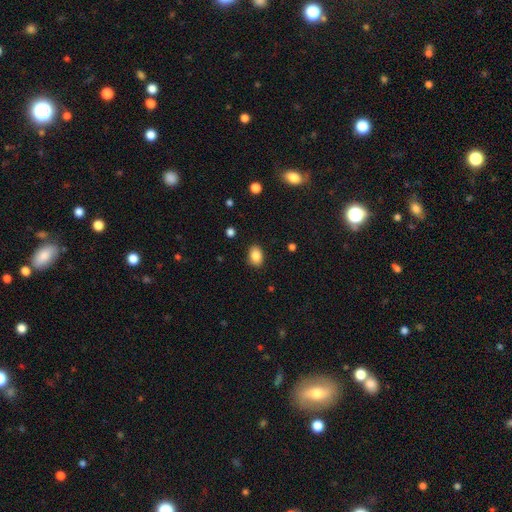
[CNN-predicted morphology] This appears to be a smooth galaxy with no disk features (86%) that is in between round and cigar-shaped (77%). Merging: none (86%).